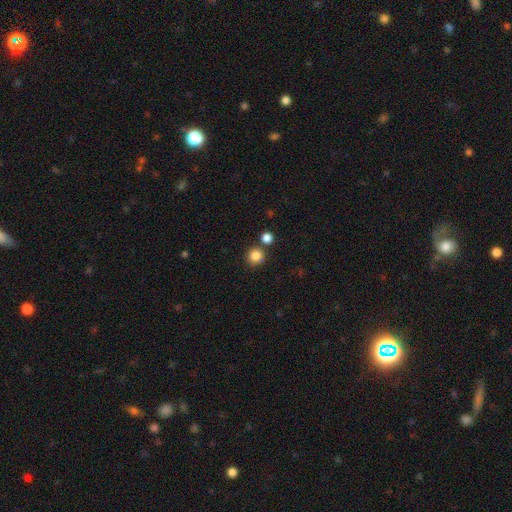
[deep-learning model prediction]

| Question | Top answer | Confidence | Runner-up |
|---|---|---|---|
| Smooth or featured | smooth | 85% | star or artifact (11%) |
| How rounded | round | 93% | in between (6%) |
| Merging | none | 78% | merger (12%) |